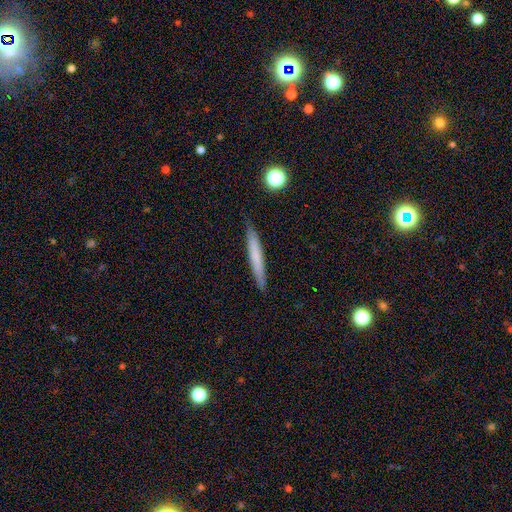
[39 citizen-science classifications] Volunteers were most divided on "smooth or featured": smooth: 74%, featured or disk: 23%, star or artifact: 3%. More confident: how rounded — cigar-shaped (97%); merging — none (74%).